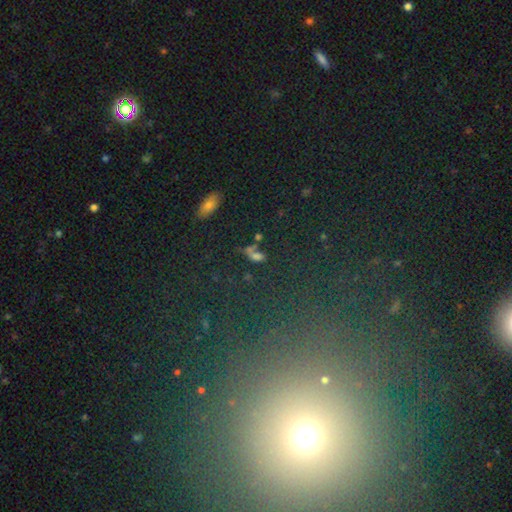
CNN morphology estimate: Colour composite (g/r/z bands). It shows a smooth galaxy with no disk features (52%) that is in between round and cigar-shaped (67%). Merging: none (50%).